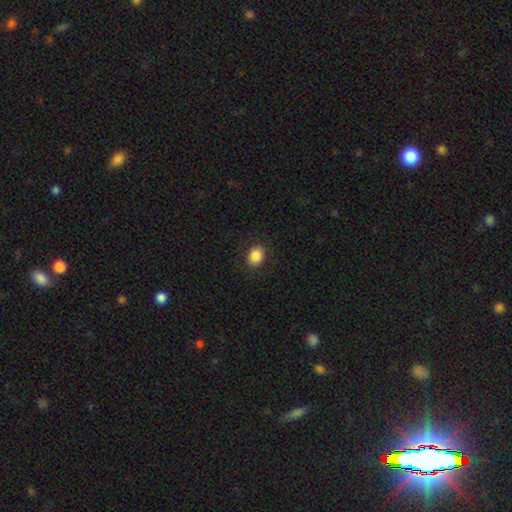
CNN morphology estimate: smooth_or_featured: smooth (p=0.87) [alt: star or artifact p=0.09]
how_rounded: round (p=0.50) [alt: in between p=0.49]
merging: none (p=0.87) [alt: minor disturbance p=0.09]